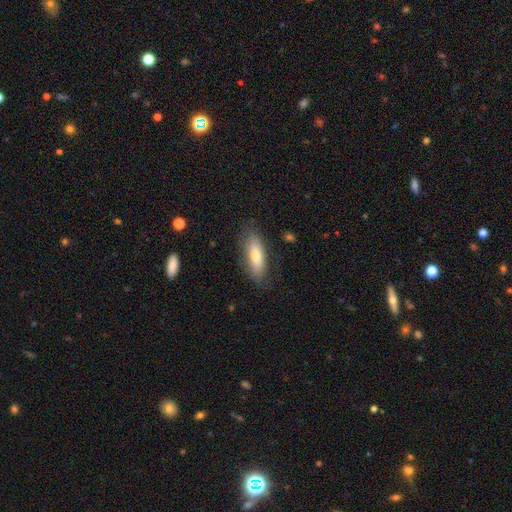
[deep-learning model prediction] Morphology: type=smooth (70%); roundness=in between (60%); merging=none (81%).